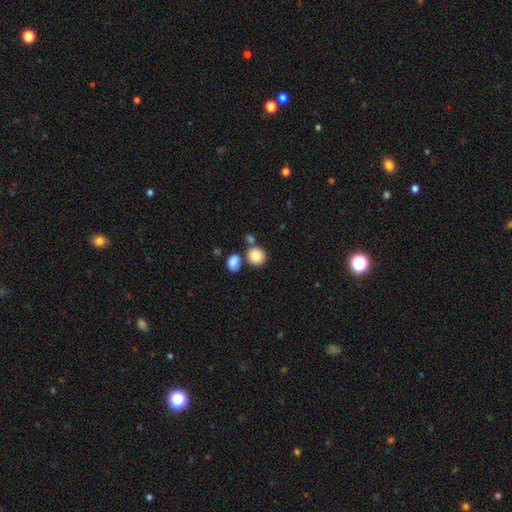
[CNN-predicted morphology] A smooth galaxy with no disk features (86%) that is round (81%). Merging: none (63%).